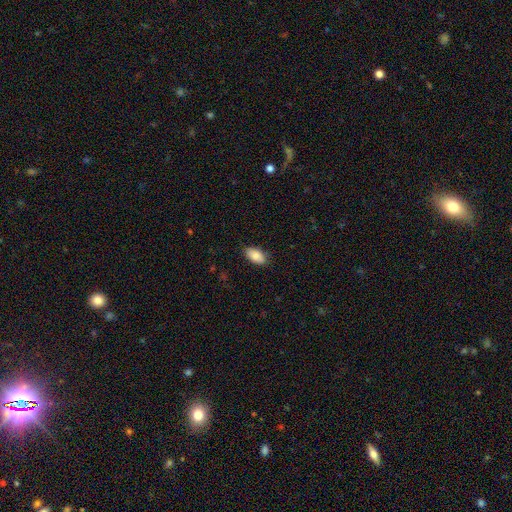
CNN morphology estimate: Smooth or featured: smooth — 88% (star or artifact — 7%)
How rounded: in between — 94% (round — 3%)
Merging: none — 83% (minor disturbance — 13%)